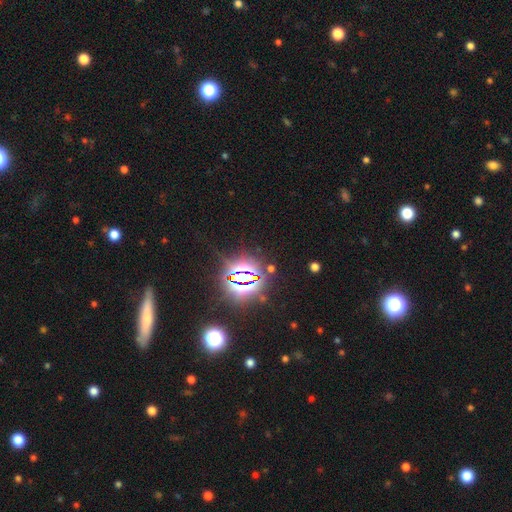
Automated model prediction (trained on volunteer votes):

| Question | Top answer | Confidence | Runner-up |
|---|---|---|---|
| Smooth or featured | star or artifact | 79% | smooth (12%) |